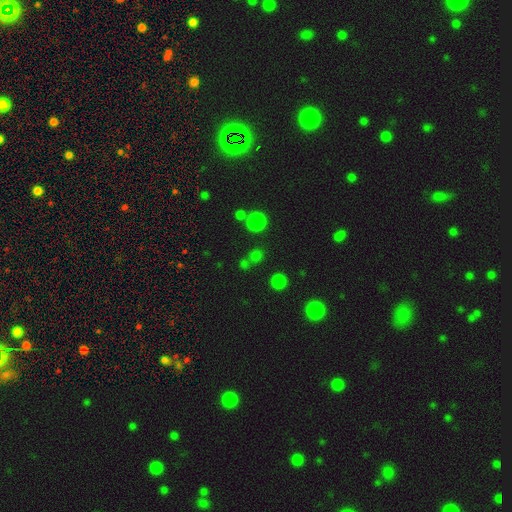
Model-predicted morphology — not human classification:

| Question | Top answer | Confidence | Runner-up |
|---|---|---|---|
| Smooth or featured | smooth | 70% | star or artifact (24%) |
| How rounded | round | 87% | in between (12%) |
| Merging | none | 72% | merger (15%) |